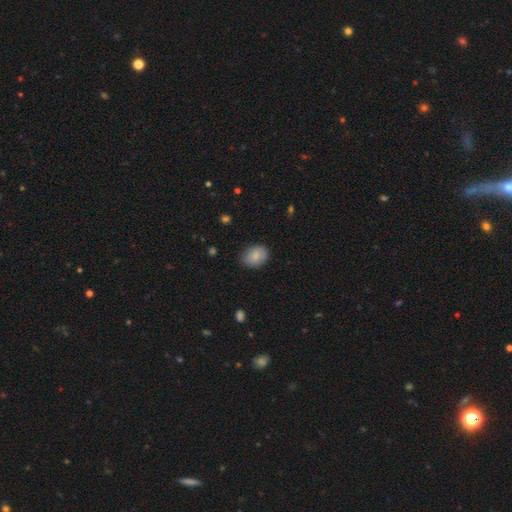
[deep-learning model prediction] This appears to be a smooth galaxy with no disk features (86%) that is in between round and cigar-shaped (63%). Merging: none (78%).